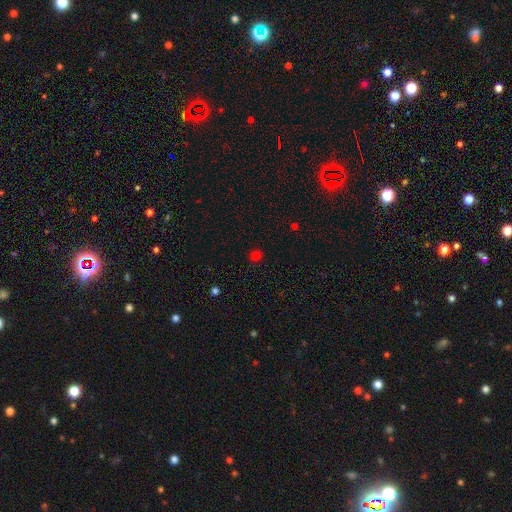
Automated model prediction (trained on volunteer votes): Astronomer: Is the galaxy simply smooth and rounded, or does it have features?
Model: smooth — 72%.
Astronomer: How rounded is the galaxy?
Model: round — 88%.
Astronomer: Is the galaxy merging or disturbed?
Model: none — 87%.